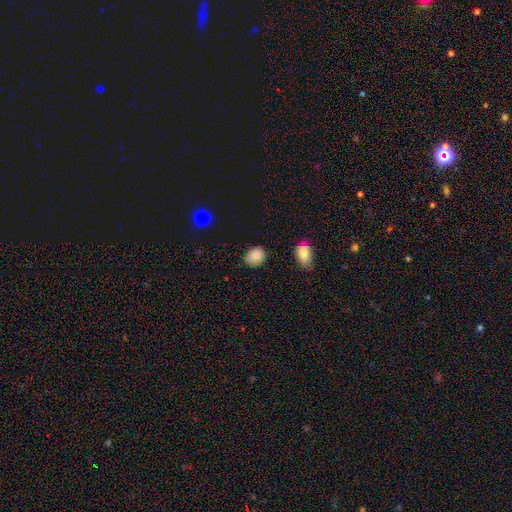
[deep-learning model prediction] The model was most divided on "how rounded": round: 56%, in between: 43%, cigar-shaped: 1%. More confident: smooth or featured — smooth (87%); merging — none (77%).